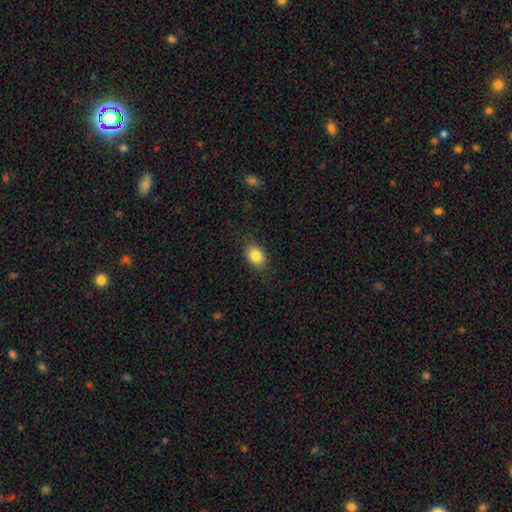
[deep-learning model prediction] A smooth galaxy with no disk features (85%) that is in between round and cigar-shaped (71%).

Vote fractions:
- Smooth or featured? smooth: 85% / star or artifact: 8% / featured or disk: 7%
- How rounded? in between: 71% / round: 27% / cigar-shaped: 1%
- Merging? none: 84% / minor disturbance: 12% / major disturbance: 3% / merger: 1%